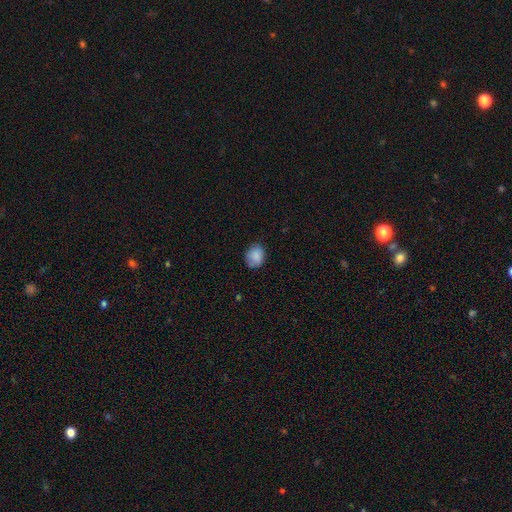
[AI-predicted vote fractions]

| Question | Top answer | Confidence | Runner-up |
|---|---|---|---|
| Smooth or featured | smooth | 87% | star or artifact (8%) |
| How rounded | round | 52% | in between (47%) |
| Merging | none | 77% | minor disturbance (18%) |